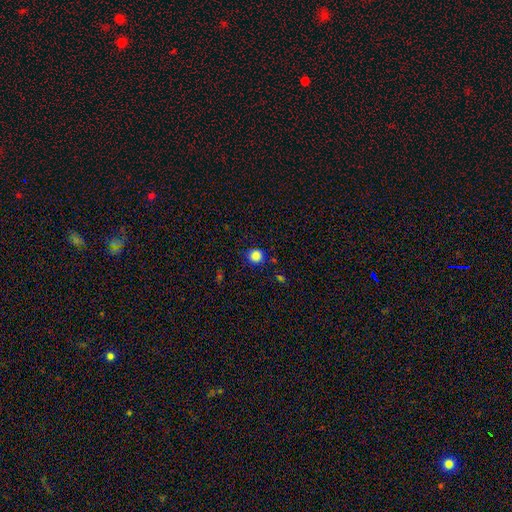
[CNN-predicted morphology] Q: Smooth or featured?
A: smooth (86%); runner-up: star or artifact (11%)
Q: How rounded?
A: round (91%); runner-up: in between (8%)
Q: Merging?
A: none (86%); runner-up: minor disturbance (9%)